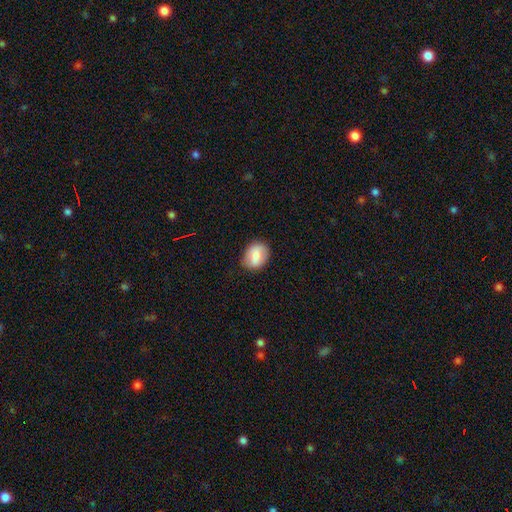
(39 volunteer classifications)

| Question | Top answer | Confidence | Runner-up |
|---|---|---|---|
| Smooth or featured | smooth | 74% | featured or disk (21%) |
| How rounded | in between | 66% | round (31%) |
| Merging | none | 68% | minor disturbance (24%) |